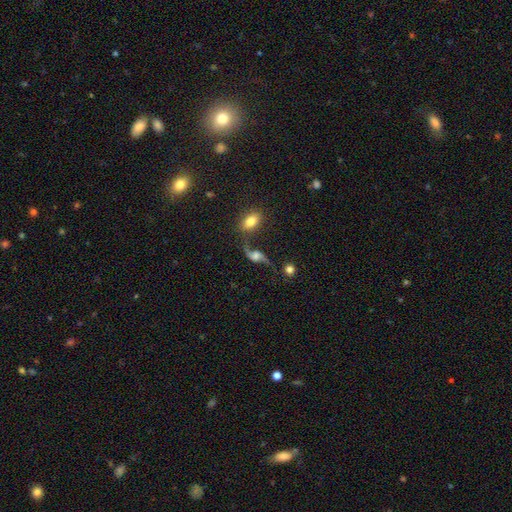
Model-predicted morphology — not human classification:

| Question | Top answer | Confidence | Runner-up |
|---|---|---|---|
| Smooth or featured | featured or disk | 78% | smooth (13%) |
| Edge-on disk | no | 91% | yes (9%) |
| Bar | no | 62% | weak (29%) |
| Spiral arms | yes | 94% | no (6%) |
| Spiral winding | loose | 92% | medium (6%) |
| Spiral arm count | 2 | 93% | 1 (3%) |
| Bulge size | moderate | 37% | large (28%) |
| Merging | none | 58% | minor disturbance (17%) |